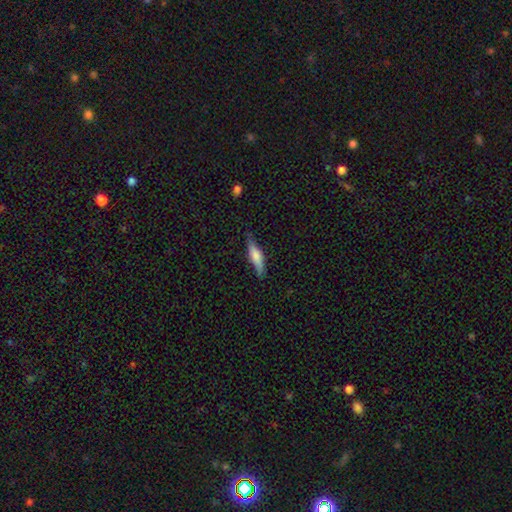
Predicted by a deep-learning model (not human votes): Smooth or featured? smooth (60%)
How rounded? cigar-shaped (73%)
Merging? none (78%)